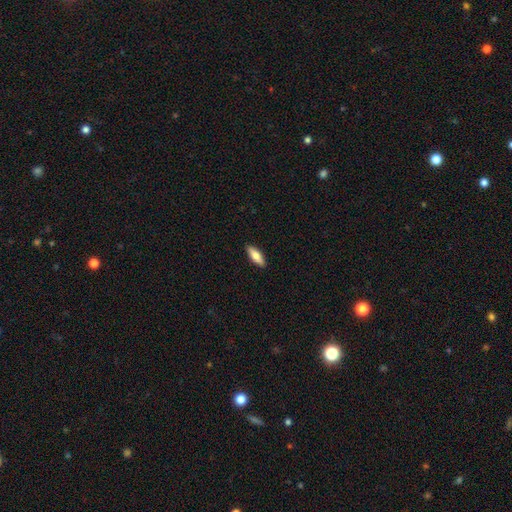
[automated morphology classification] The model was most divided on "how rounded": in between: 59%, cigar-shaped: 39%, round: 2%. More confident: merging — none (90%); smooth or featured — smooth (72%).